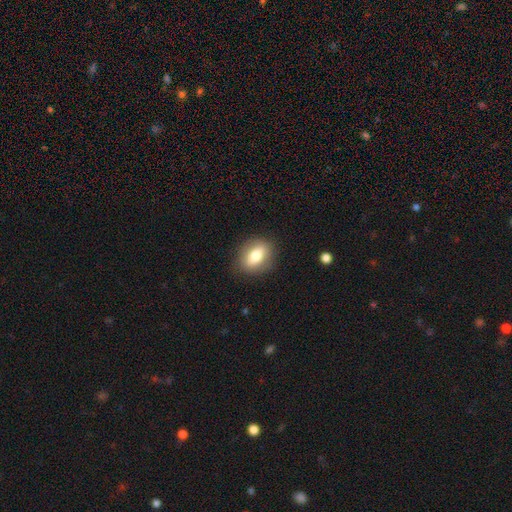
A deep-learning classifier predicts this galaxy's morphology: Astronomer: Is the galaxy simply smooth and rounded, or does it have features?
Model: smooth — 73%.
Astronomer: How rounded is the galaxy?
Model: in between — 71%.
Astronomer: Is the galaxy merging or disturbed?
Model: none — 85%.